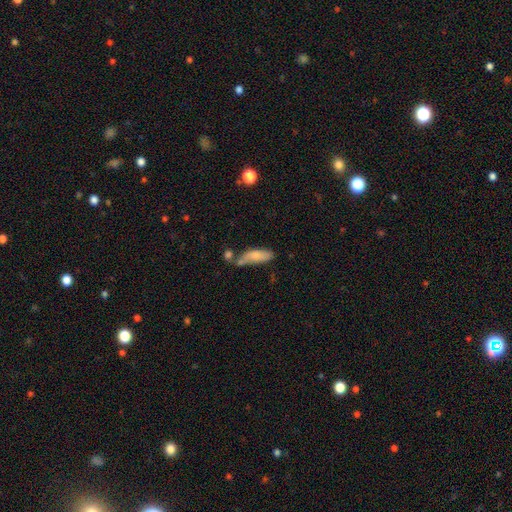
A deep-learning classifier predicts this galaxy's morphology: smooth_or_featured: smooth (p=0.73) [alt: featured or disk p=0.19]
how_rounded: in between (p=0.62) [alt: cigar-shaped p=0.36]
merging: none (p=0.40) [alt: merger p=0.26]